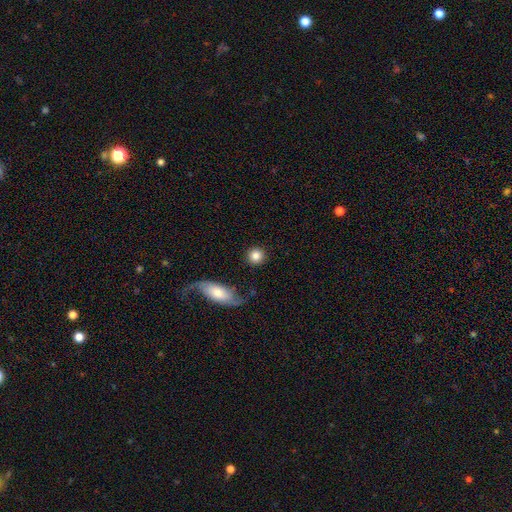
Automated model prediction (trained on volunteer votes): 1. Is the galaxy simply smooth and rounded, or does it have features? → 83% smooth, 9% star or artifact, 8% featured or disk.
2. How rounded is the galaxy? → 92% round, 7% in between, 1% cigar-shaped.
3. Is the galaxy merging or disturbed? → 86% none, 7% minor disturbance, 4% merger, 3% major disturbance.